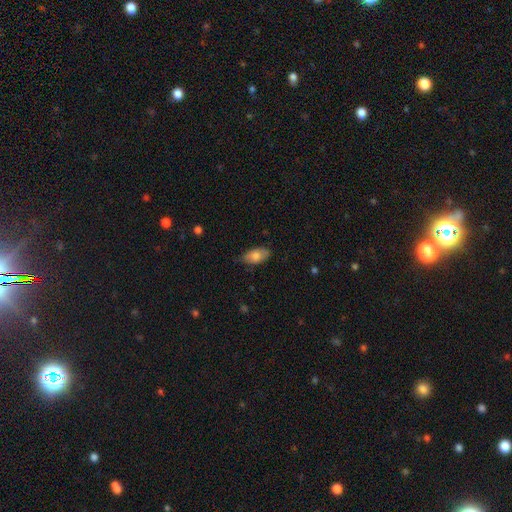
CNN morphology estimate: Q: Smooth or featured?
A: smooth (77%); runner-up: featured or disk (16%)
Q: How rounded?
A: in between (92%); runner-up: cigar-shaped (4%)
Q: Merging?
A: none (68%); runner-up: minor disturbance (26%)